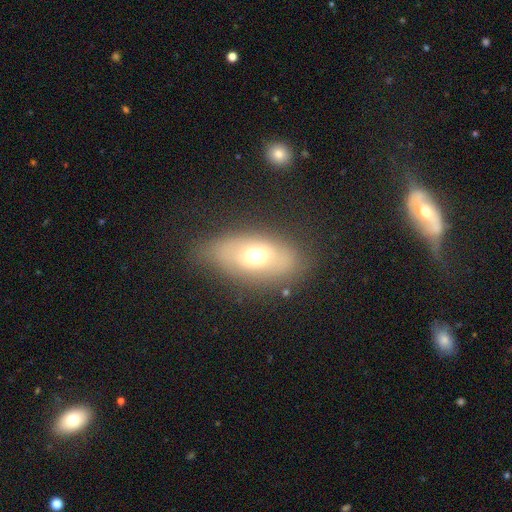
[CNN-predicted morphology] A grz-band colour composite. It shows a smooth galaxy with no disk features (60%) that is in between round and cigar-shaped (86%). Merging: none (71%).